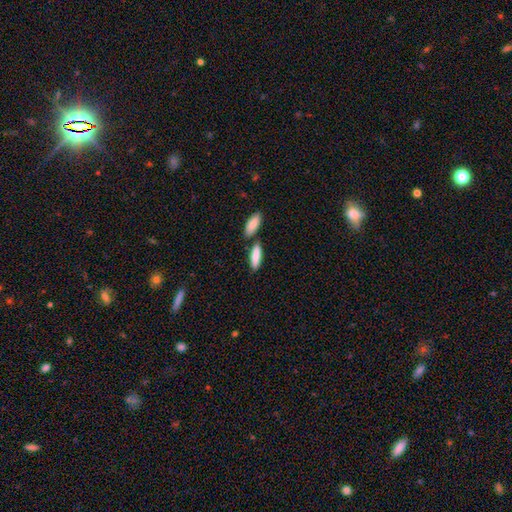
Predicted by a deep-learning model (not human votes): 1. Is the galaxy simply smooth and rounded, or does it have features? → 86% smooth, 9% featured or disk, 5% star or artifact.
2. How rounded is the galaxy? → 52% cigar-shaped, 46% in between, 2% round.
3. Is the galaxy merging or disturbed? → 67% none, 20% merger, 10% minor disturbance, 3% major disturbance.